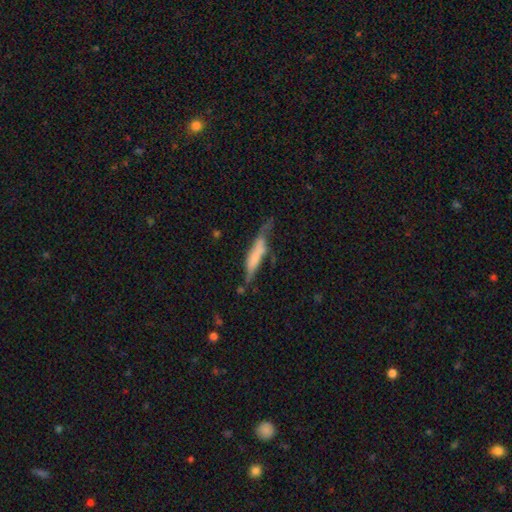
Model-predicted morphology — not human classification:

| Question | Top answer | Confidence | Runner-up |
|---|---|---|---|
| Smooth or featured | smooth | 53% | featured or disk (39%) |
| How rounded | cigar-shaped | 80% | in between (18%) |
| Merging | none | 36% | minor disturbance (28%) |